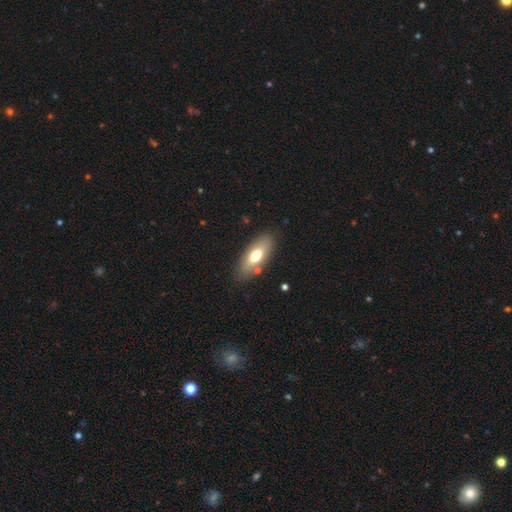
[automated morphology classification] Q: Smooth or featured?
A: smooth (67%); runner-up: featured or disk (26%)
Q: How rounded?
A: in between (80%); runner-up: cigar-shaped (18%)
Q: Merging?
A: none (82%); runner-up: minor disturbance (12%)